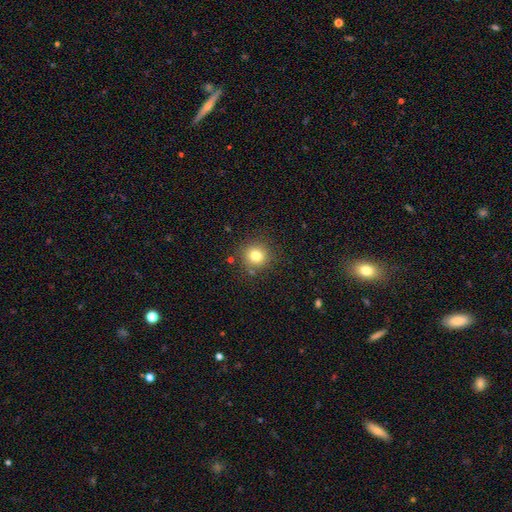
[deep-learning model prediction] Smooth or featured? smooth (79%)
How rounded? round (92%)
Merging? none (86%)